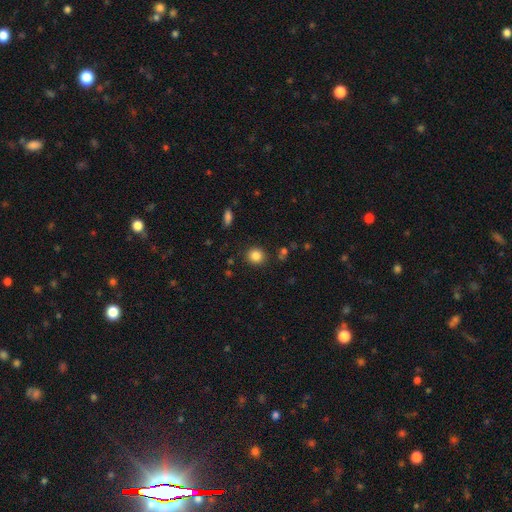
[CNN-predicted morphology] The model was most divided on "how rounded": round: 86%, in between: 13%, cigar-shaped: 1%. More confident: merging — none (88%); smooth or featured — smooth (85%).